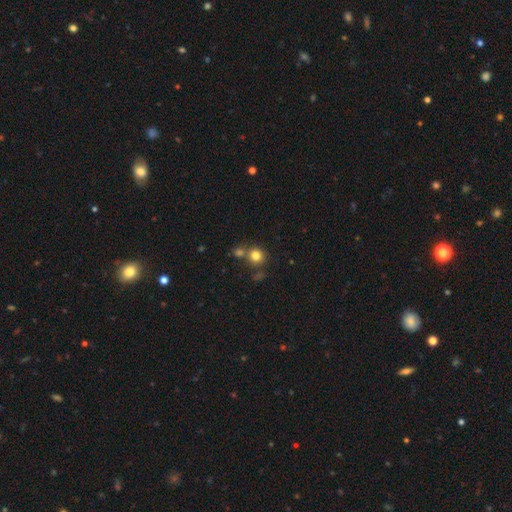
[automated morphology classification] smooth 80%, star or artifact 13%, featured or disk 7%. Down the decision tree: how rounded — round (89%); merging — none (63%).